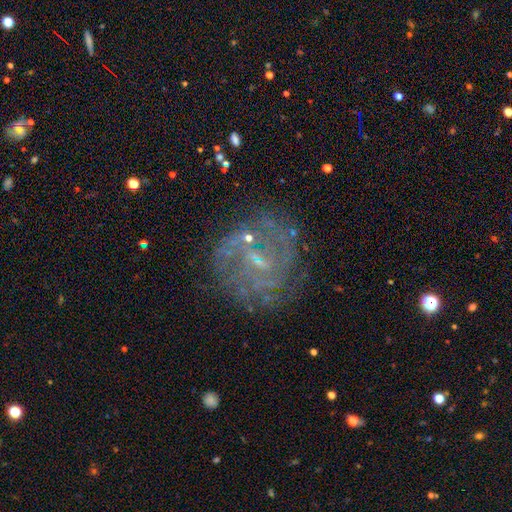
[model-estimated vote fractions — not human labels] This is likely a featured or disk galaxy (71%). It is clearly not viewed edge-on (97%). Bar: possibly weak (49%). Spiral arm pattern: likely yes (79%). Spiral arm count: marginally can't tell (43%). Spiral winding: possibly tight (47%). Central bulge: possibly small (55%). Merging: likely none (72%).